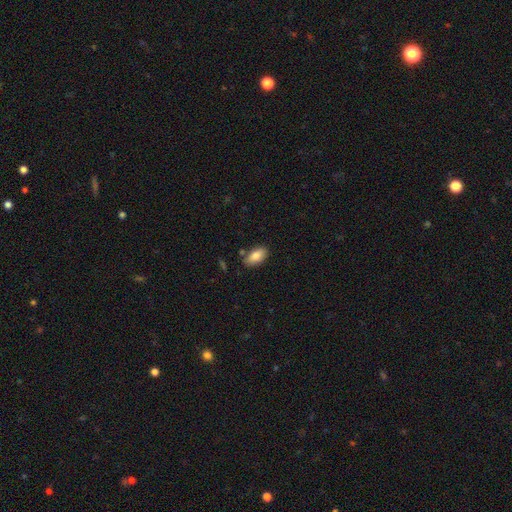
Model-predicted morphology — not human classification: Smooth or featured? Predicted: smooth (p=0.84). How rounded? Predicted: in between (p=0.93). Merging? Predicted: none (p=0.80).